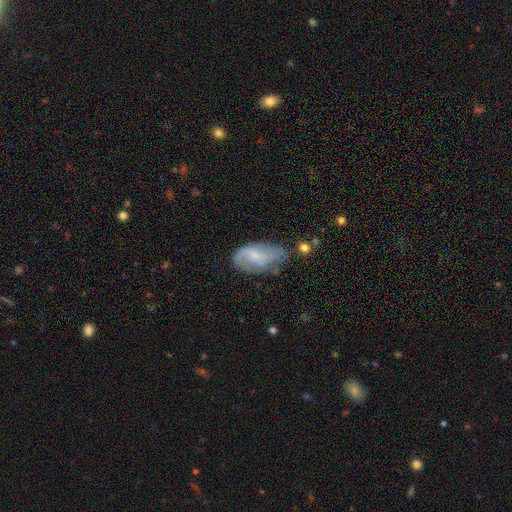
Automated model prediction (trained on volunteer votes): featured or disk 48%, smooth 44%, star or artifact 8%. Down the decision tree: merging — none (38%).